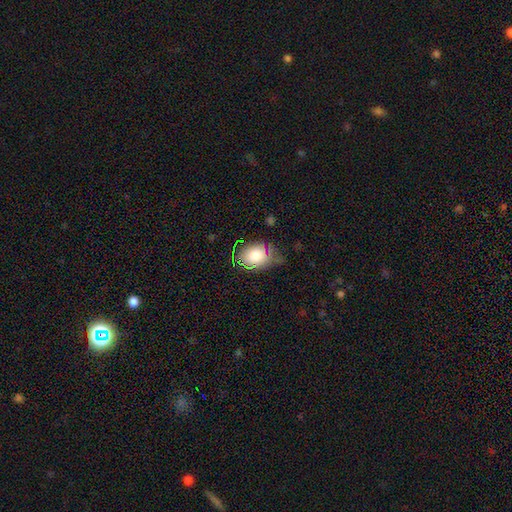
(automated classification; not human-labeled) Smooth or featured?
  - smooth: 74% *
  - featured or disk: 14%
  - star or artifact: 12%
How rounded?
  - in between: 65% *
  - round: 33%
  - cigar-shaped: 2%
Merging?
  - none: 64% *
  - minor disturbance: 27%
  - major disturbance: 8%
  - merger: 2%